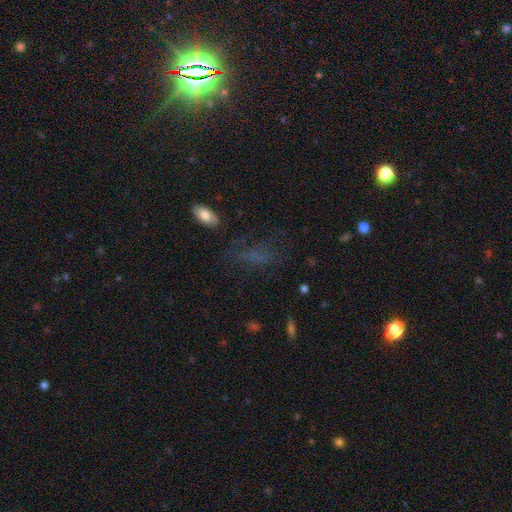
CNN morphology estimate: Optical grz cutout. It shows a smooth galaxy with no disk features (48%). Merging: none (57%).